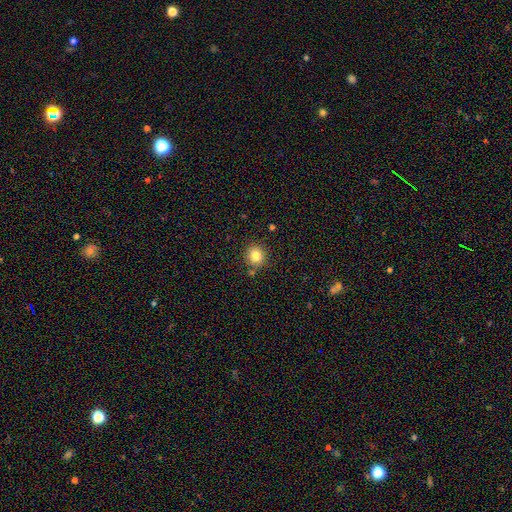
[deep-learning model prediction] Smooth or featured? smooth (82%)
How rounded? round (89%)
Merging? none (82%)